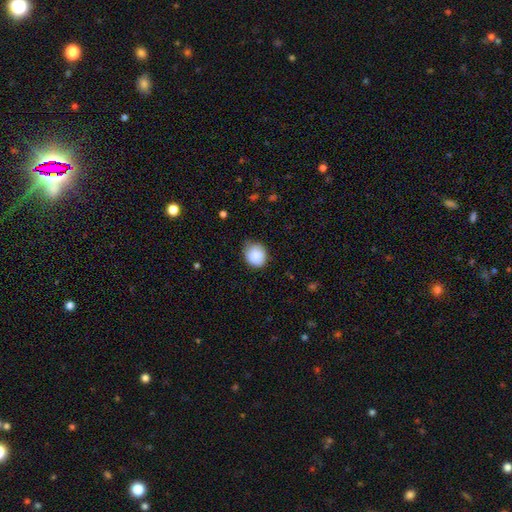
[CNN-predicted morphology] The model was most divided on "merging": none: 63%, minor disturbance: 30%, major disturbance: 6%, merger: 1%. More confident: smooth or featured — smooth (84%); how rounded — round (71%).